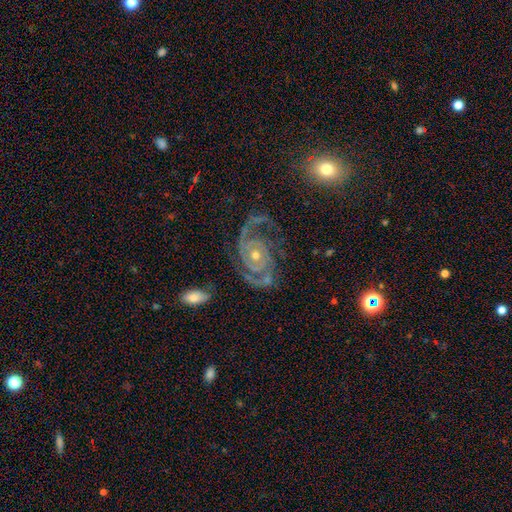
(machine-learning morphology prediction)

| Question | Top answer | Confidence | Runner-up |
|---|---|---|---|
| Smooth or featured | featured or disk | 92% | star or artifact (5%) |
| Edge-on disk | no | 98% | yes (2%) |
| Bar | no | 75% | weak (18%) |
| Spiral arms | yes | 98% | no (2%) |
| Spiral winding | tight | 53% | medium (38%) |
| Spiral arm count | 2 | 79% | 3 (8%) |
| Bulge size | moderate | 50% | small (47%) |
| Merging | none | 66% | minor disturbance (18%) |